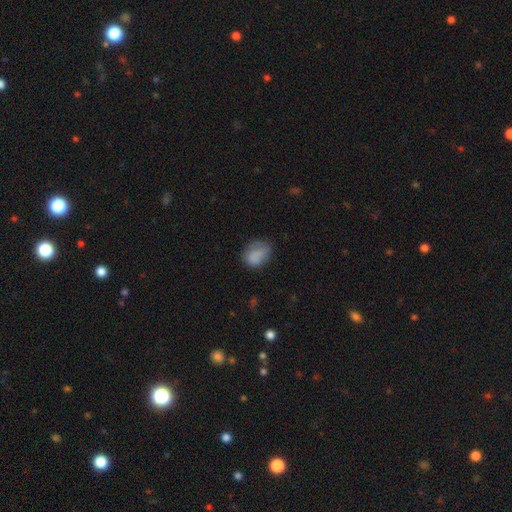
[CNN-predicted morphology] A smooth galaxy with no disk features (76%) that is in between round and cigar-shaped (56%). Merging: none (50%).